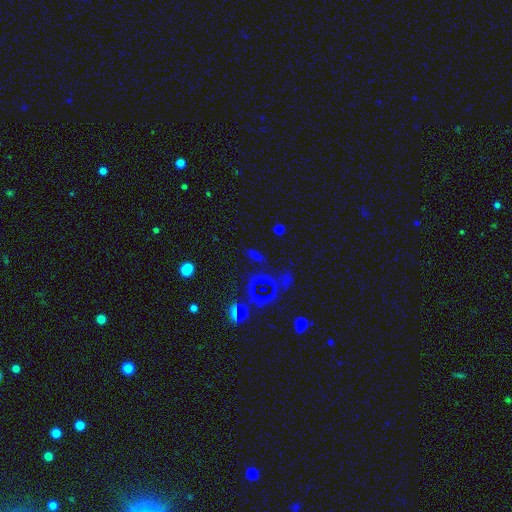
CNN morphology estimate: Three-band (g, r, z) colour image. It shows a star or artifact, not a galaxy (51%).